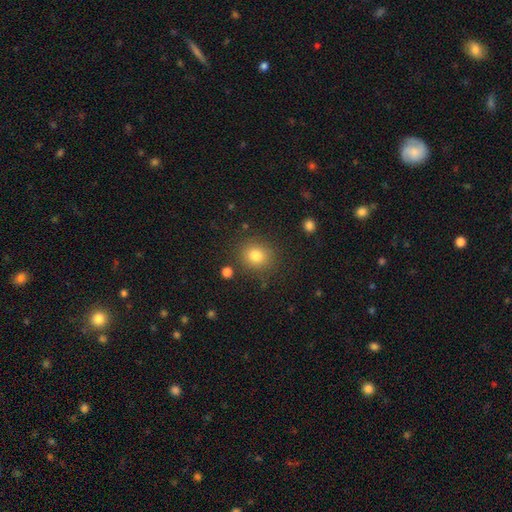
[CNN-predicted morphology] Smooth or featured? Predicted: smooth (p=0.81). How rounded? Predicted: round (p=0.81). Merging? Predicted: none (p=0.84).